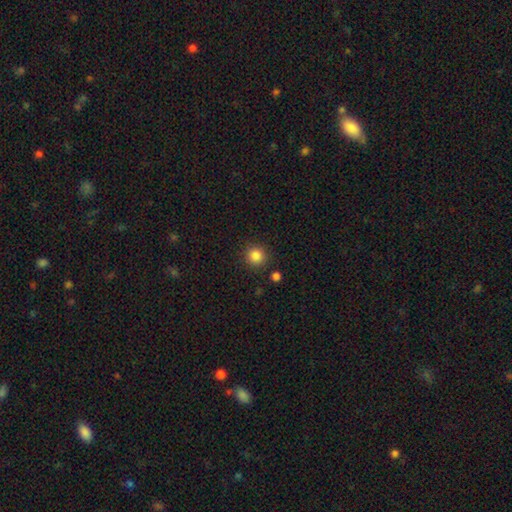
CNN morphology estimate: Smooth or featured? Predicted: smooth (p=0.85). How rounded? Predicted: round (p=0.94). Merging? Predicted: none (p=0.89).